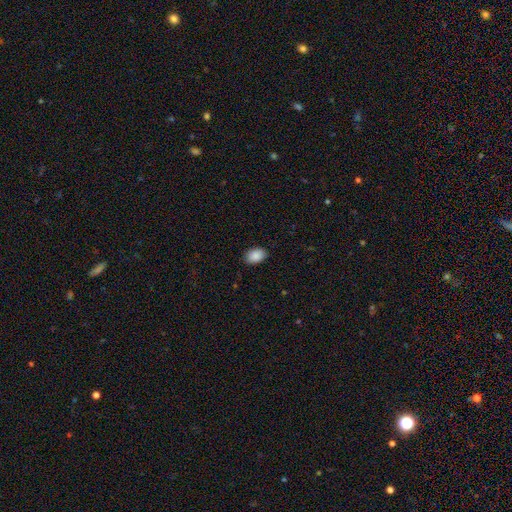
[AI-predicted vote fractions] Smooth or featured? smooth (89%)
How rounded? in between (85%)
Merging? none (87%)